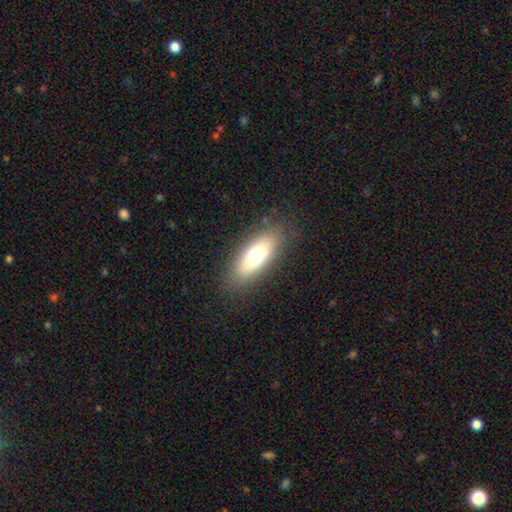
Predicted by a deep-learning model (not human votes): smooth_or_featured: smooth (p=0.66) [alt: featured or disk p=0.25]
how_rounded: in between (p=0.72) [alt: cigar-shaped p=0.25]
merging: none (p=0.85) [alt: minor disturbance p=0.10]